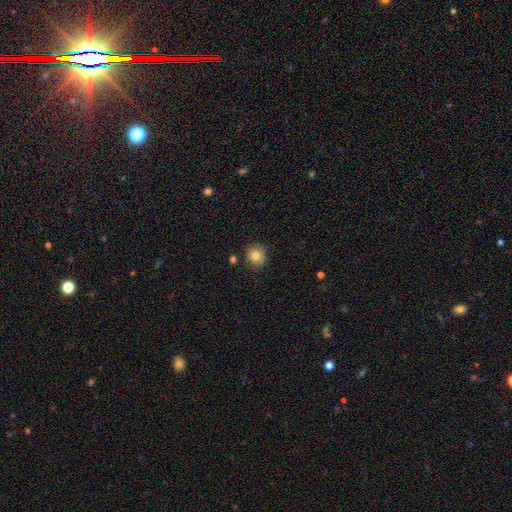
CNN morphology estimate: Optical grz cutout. It shows a smooth galaxy with no disk features (82%) that is round (85%). Merging: none (81%).